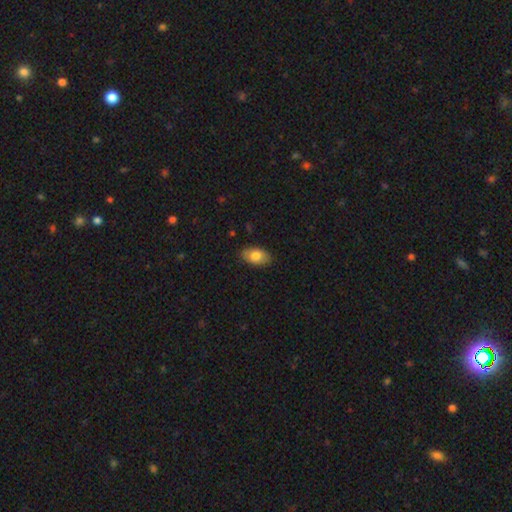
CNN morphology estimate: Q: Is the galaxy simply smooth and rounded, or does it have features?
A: smooth — 79%.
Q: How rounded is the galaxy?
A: in between — 92%.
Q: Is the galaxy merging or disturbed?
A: none — 85%.